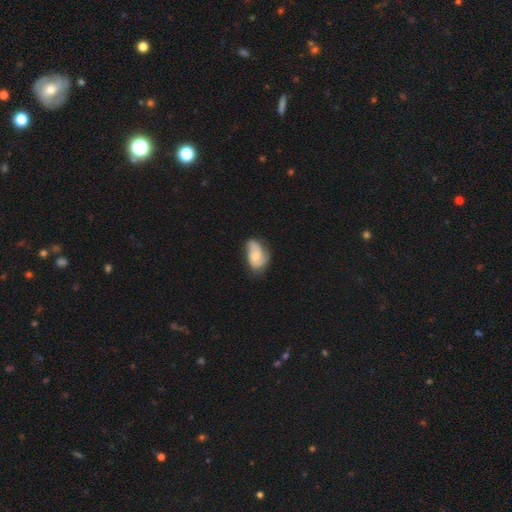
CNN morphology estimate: A smooth galaxy with no disk features (47%).

Vote fractions:
- Smooth or featured? smooth: 47% / featured or disk: 46% / star or artifact: 7%
- Merging? none: 46% / minor disturbance: 36% / major disturbance: 15% / merger: 3%